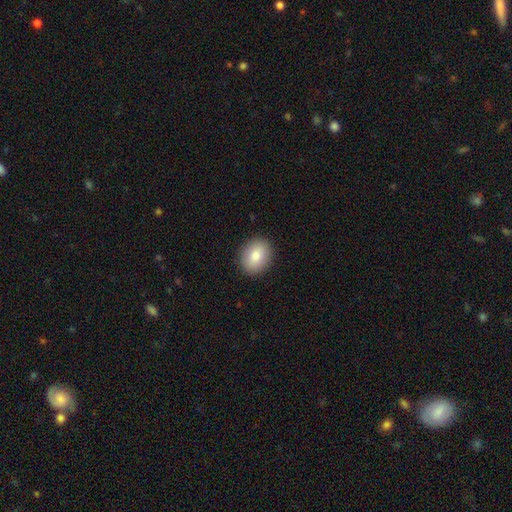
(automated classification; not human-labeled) smooth-or-featured: smooth: 81% | featured or disk: 11% | star or artifact: 8%
  how-rounded: round: 56% | in between: 43% | cigar-shaped: 1%
  merging: none: 90% | minor disturbance: 7% | major disturbance: 2% | merger: 1%